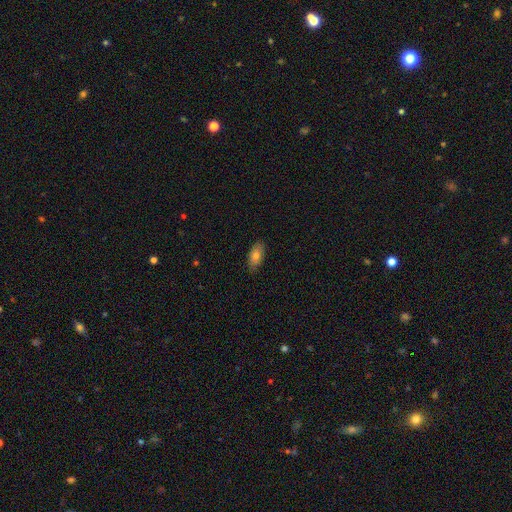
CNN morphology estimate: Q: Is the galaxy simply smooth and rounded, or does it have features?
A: smooth — 78%.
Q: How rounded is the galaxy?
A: in between — 90%.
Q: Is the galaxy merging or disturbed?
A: none — 85%.